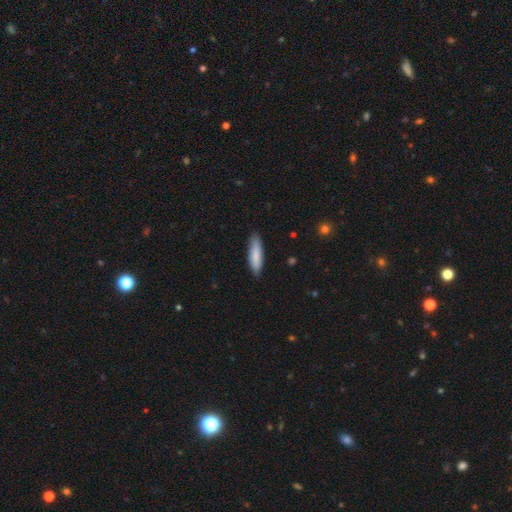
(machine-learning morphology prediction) A smooth galaxy with no disk features (84%) that is cigar-shaped (67%). Merging: none (86%).